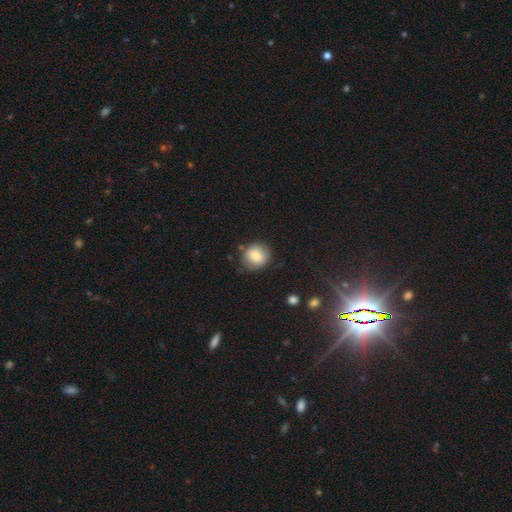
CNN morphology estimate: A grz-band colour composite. It shows a smooth galaxy with no disk features (75%) that is round (82%). Merging: none (72%).